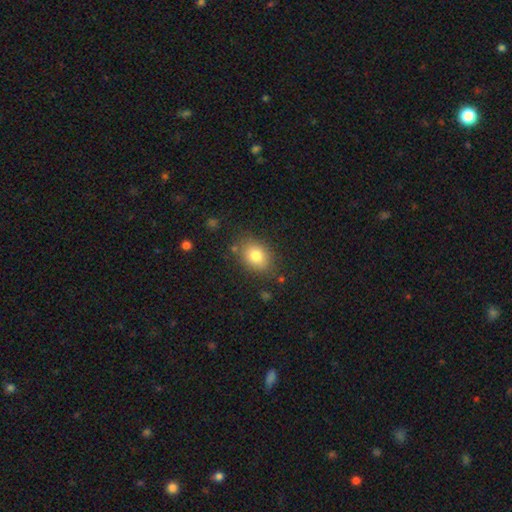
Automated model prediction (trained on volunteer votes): smooth-or-featured: smooth: 81% | star or artifact: 10% | featured or disk: 9%
  how-rounded: in between: 66% | round: 33% | cigar-shaped: 1%
  merging: none: 78% | minor disturbance: 15% | major disturbance: 4% | merger: 3%